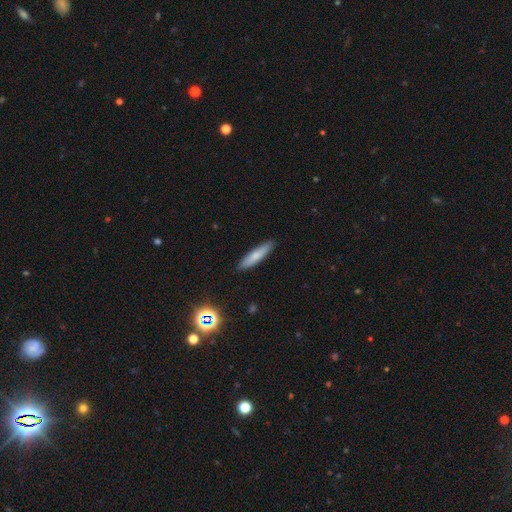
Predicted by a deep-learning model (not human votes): Smooth or featured?
  - smooth: 75% *
  - featured or disk: 18%
  - star or artifact: 7%
How rounded?
  - cigar-shaped: 81% *
  - in between: 17%
  - round: 2%
Merging?
  - none: 89% *
  - minor disturbance: 8%
  - major disturbance: 2%
  - merger: 1%